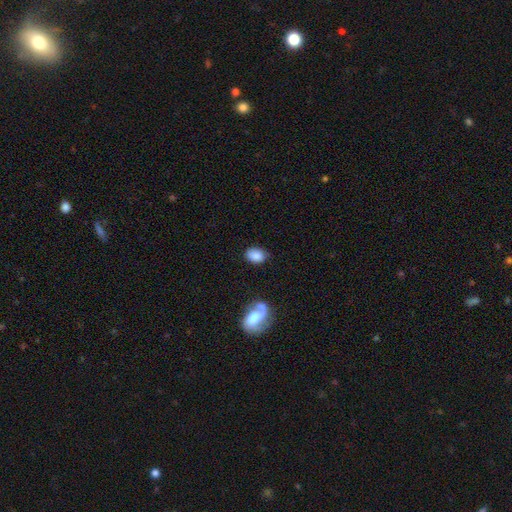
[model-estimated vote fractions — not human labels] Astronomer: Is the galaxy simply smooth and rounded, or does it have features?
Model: smooth — 82%.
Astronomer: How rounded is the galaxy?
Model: in between — 80%.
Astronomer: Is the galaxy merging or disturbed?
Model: none — 73%.